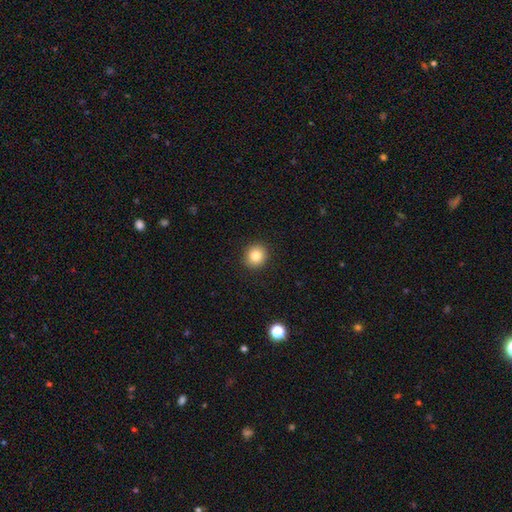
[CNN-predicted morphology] Smooth or featured? smooth (84%)
How rounded? round (86%)
Merging? none (91%)